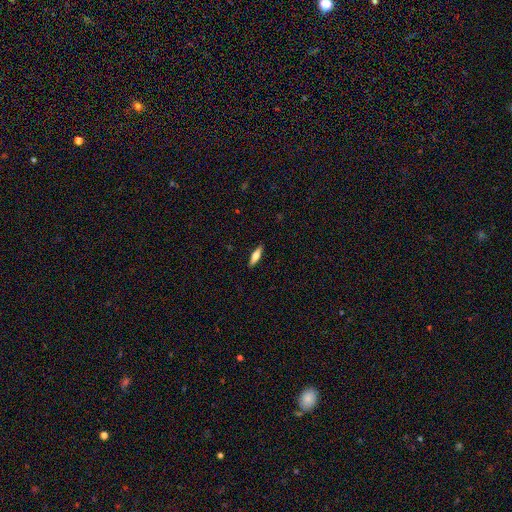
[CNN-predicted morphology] Overall: smooth (57%; featured or disk 37%). How rounded: cigar-shaped (61%; in between 37%). Merging: none (89%).